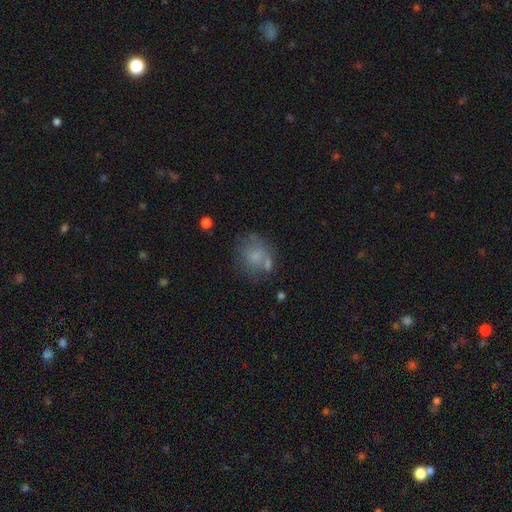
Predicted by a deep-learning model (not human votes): A smooth galaxy with no disk features (65%) that is round (62%).

Vote fractions:
- Smooth or featured? smooth: 65% / featured or disk: 23% / star or artifact: 12%
- How rounded? round: 62% / in between: 37% / cigar-shaped: 1%
- Merging? none: 48% / minor disturbance: 22% / merger: 15% / major disturbance: 15%